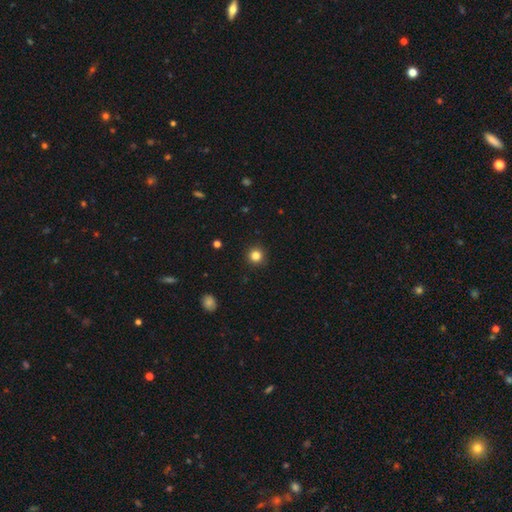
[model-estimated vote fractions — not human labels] A smooth galaxy with no disk features (83%) that is round (95%).

Vote fractions:
- Smooth or featured? smooth: 83% / star or artifact: 12% / featured or disk: 5%
- How rounded? round: 95% / in between: 4% / cigar-shaped: 1%
- Merging? none: 92% / minor disturbance: 5% / major disturbance: 2% / merger: 1%